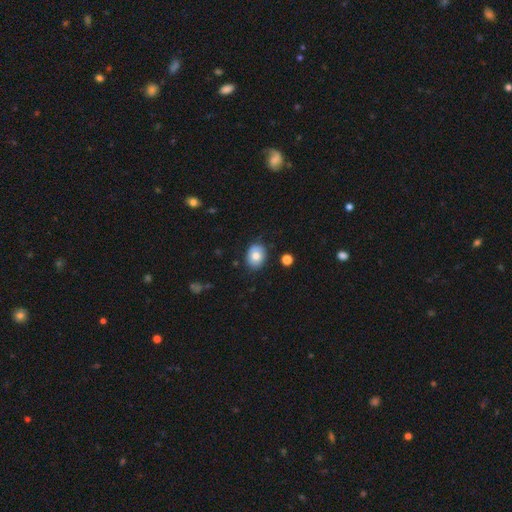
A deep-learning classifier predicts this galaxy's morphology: A smooth galaxy with no disk features (75%) that is in between round and cigar-shaped (57%).

Vote fractions:
- Smooth or featured? smooth: 75% / featured or disk: 16% / star or artifact: 9%
- How rounded? in between: 57% / round: 42% / cigar-shaped: 1%
- Merging? none: 81% / minor disturbance: 14% / major disturbance: 3% / merger: 2%